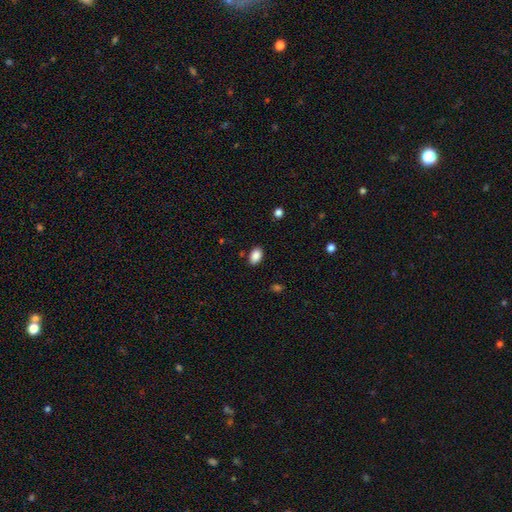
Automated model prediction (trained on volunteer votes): smooth-or-featured: smooth: 88% | star or artifact: 8% | featured or disk: 4%
  how-rounded: in between: 88% | round: 10% | cigar-shaped: 1%
  merging: none: 85% | minor disturbance: 11% | major disturbance: 3% | merger: 2%